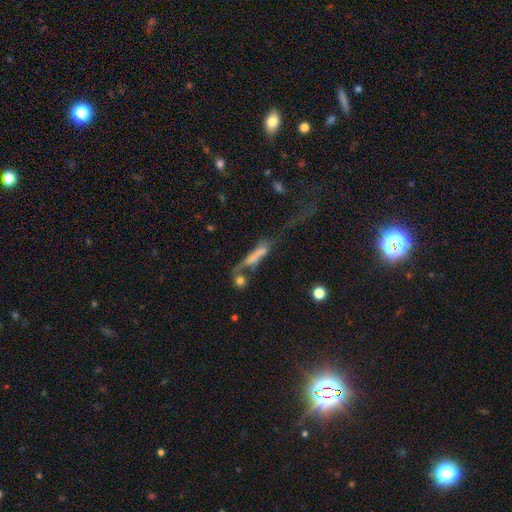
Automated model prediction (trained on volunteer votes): Smooth or featured? Predicted: smooth (p=0.50). How rounded? Predicted: cigar-shaped (p=0.71). Merging? Predicted: merger (p=0.34).